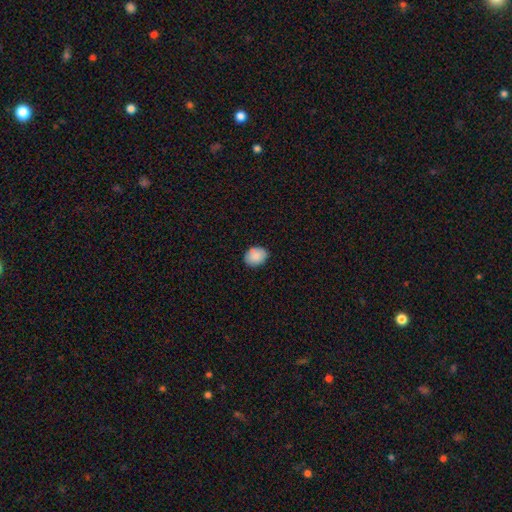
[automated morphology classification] A smooth galaxy with no disk features (86%) that is in between round and cigar-shaped (60%).

Vote fractions:
- Smooth or featured? smooth: 86% / star or artifact: 7% / featured or disk: 6%
- How rounded? in between: 60% / round: 39% / cigar-shaped: 1%
- Merging? none: 81% / minor disturbance: 14% / merger: 3% / major disturbance: 3%